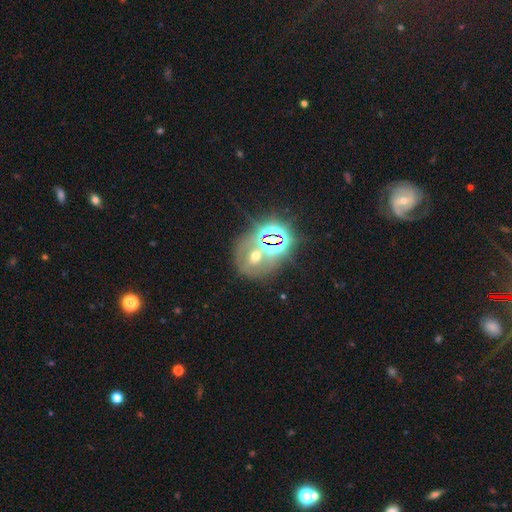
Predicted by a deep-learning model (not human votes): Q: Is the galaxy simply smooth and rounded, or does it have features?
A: star or artifact — 46%.